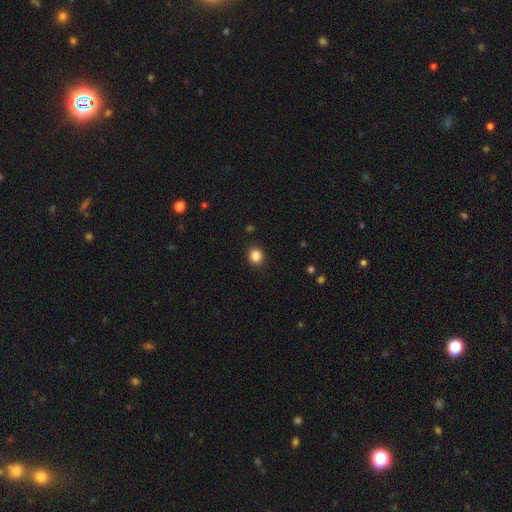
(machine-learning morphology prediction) This is clearly a smooth galaxy (86%). How rounded: likely round (74%). Merging: clearly none (90%).